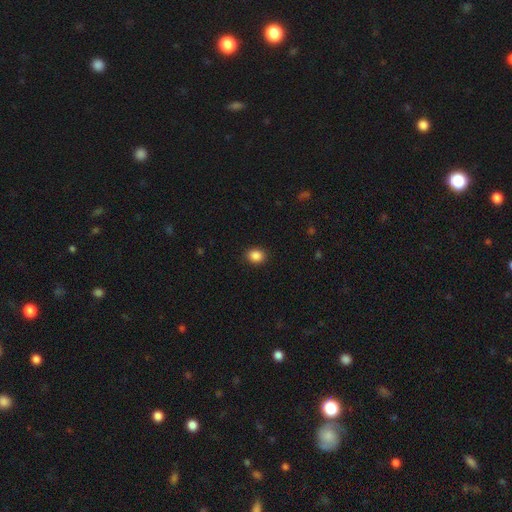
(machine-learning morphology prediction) smooth 88%, star or artifact 9%, featured or disk 3%. Down the decision tree: how rounded — round (50%); merging — none (90%).